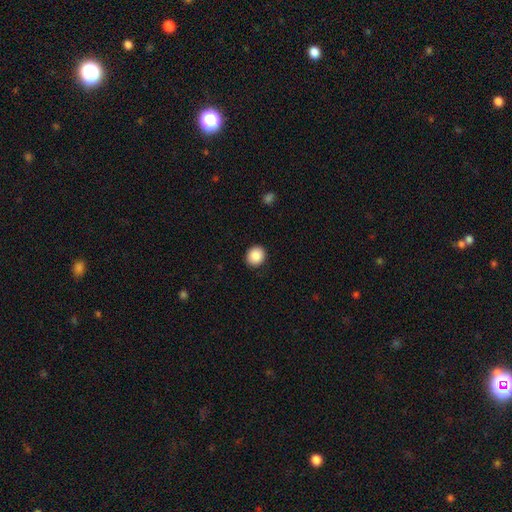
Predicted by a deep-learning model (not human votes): Smooth or featured?
  - smooth: 88% *
  - star or artifact: 8%
  - featured or disk: 4%
How rounded?
  - round: 79% *
  - in between: 21%
  - cigar-shaped: 1%
Merging?
  - none: 91% *
  - minor disturbance: 7%
  - major disturbance: 2%
  - merger: 1%